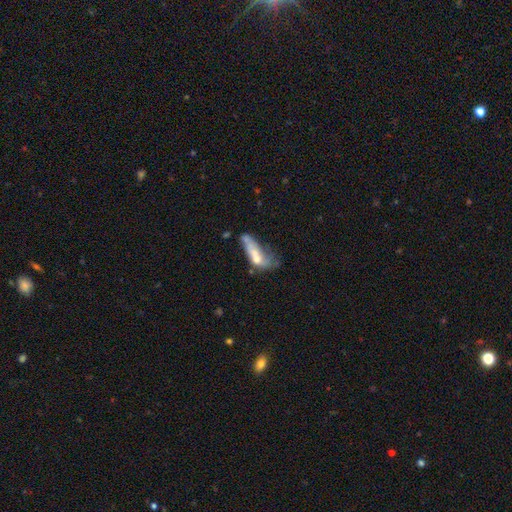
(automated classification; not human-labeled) Smooth or featured? smooth (53%)
How rounded? in between (61%)
Merging? major disturbance (32%, tied with merger)